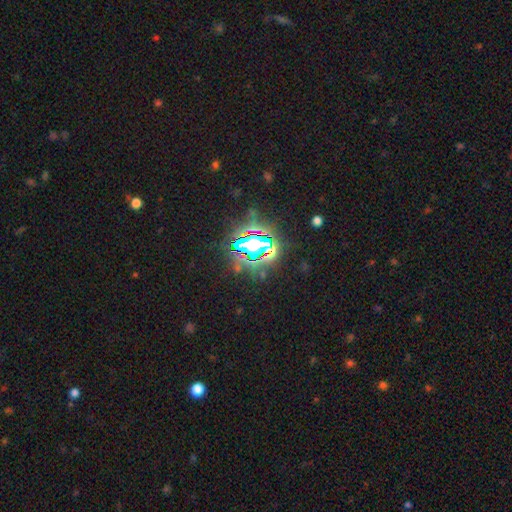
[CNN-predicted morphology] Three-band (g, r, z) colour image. It shows a star or artifact, not a galaxy (82%).